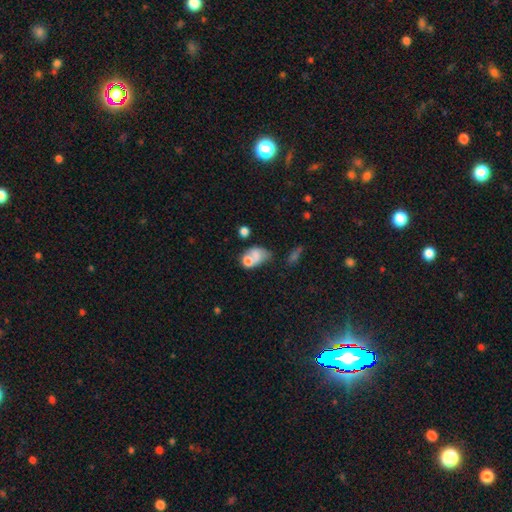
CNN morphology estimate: Smooth or featured: smooth — 64% (featured or disk — 25%)
How rounded: in between — 71% (round — 27%)
Merging: merger — 50% (none — 22%)